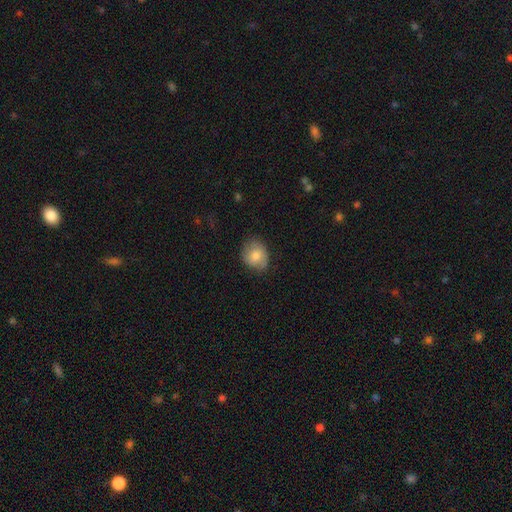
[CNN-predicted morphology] Overall: smooth (75%). How rounded: round (58%; in between 41%). Merging: none (72%).